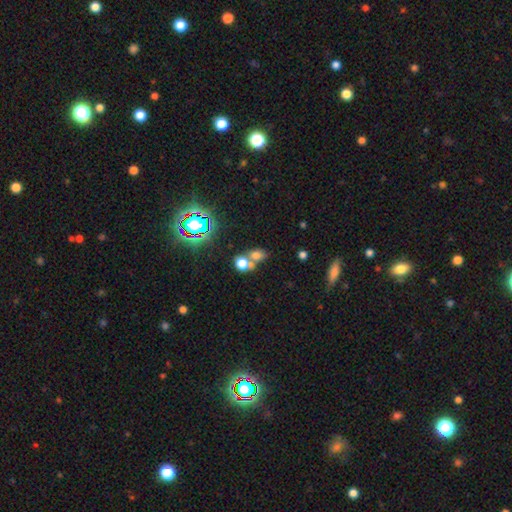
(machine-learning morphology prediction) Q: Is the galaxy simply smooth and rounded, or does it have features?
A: smooth — 55%.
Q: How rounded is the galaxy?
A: round — 51%.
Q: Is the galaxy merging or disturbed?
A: merger — 46%.